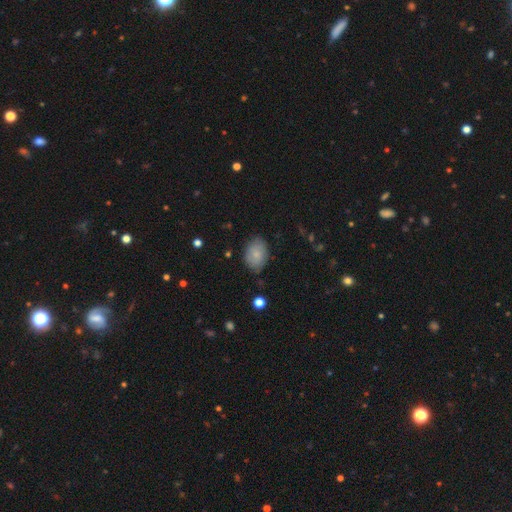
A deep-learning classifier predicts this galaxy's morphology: Q: Smooth or featured?
A: smooth (78%); runner-up: featured or disk (15%)
Q: How rounded?
A: in between (81%); runner-up: round (18%)
Q: Merging?
A: none (78%); runner-up: minor disturbance (17%)